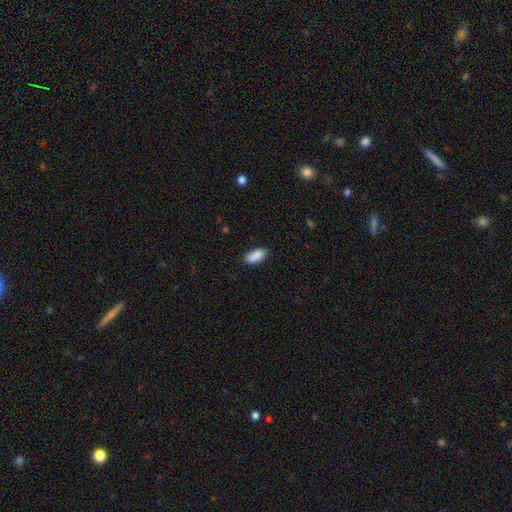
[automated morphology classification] Q: Smooth or featured?
A: smooth (90%); runner-up: star or artifact (7%)
Q: How rounded?
A: in between (87%); runner-up: cigar-shaped (11%)
Q: Merging?
A: none (85%); runner-up: minor disturbance (12%)